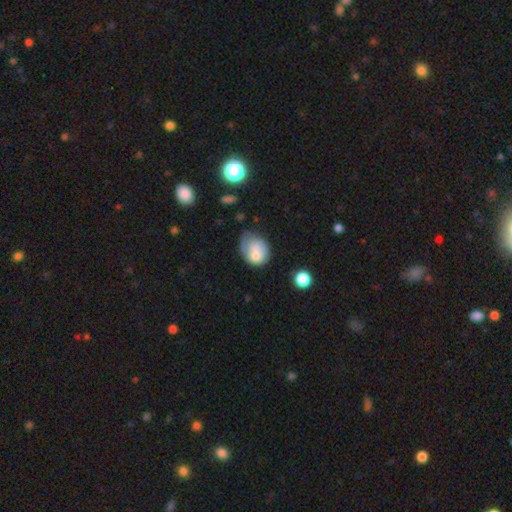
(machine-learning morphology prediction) smooth 72%, featured or disk 19%, star or artifact 9%. Down the decision tree: how rounded — in between (56%); merging — minor disturbance (37%).